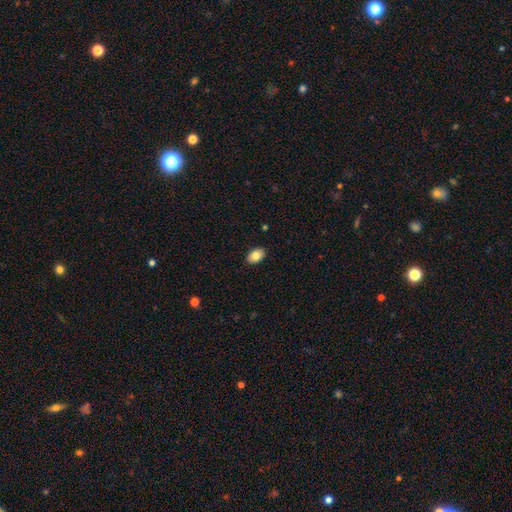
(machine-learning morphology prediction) type=smooth (82%); roundness=in between (88%); merging=none (90%).